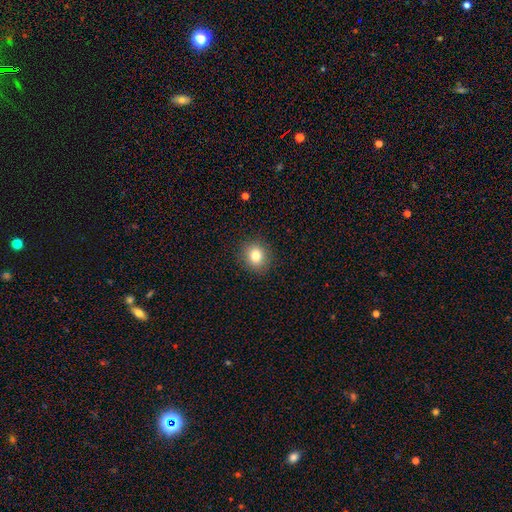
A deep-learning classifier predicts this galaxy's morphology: type=smooth (81%); roundness=round (78%); merging=none (90%).